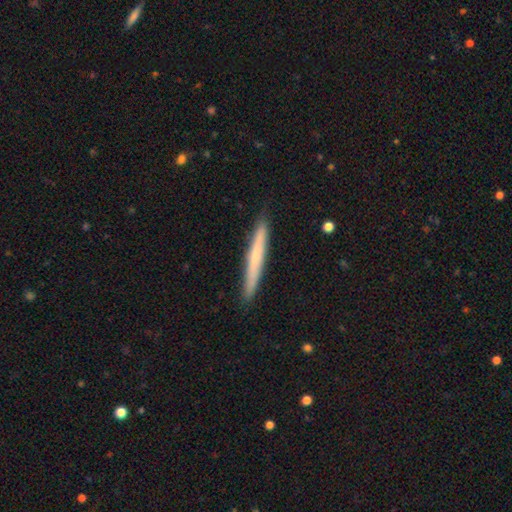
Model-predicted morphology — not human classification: Smooth or featured? smooth (55%)
How rounded? cigar-shaped (97%)
Merging? none (90%)